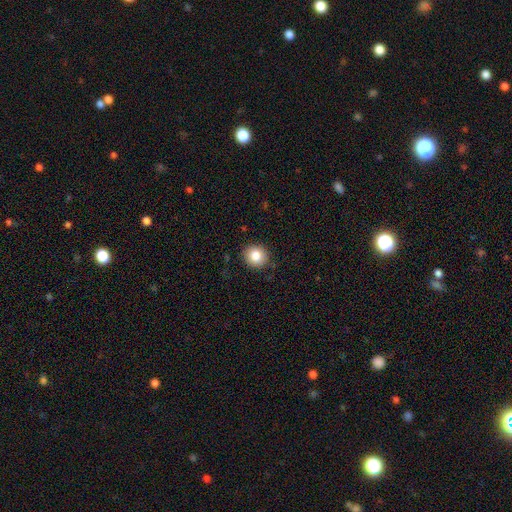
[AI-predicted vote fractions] Smooth or featured: smooth — 83% (star or artifact — 10%)
How rounded: round — 89% (in between — 10%)
Merging: none — 88% (minor disturbance — 9%)